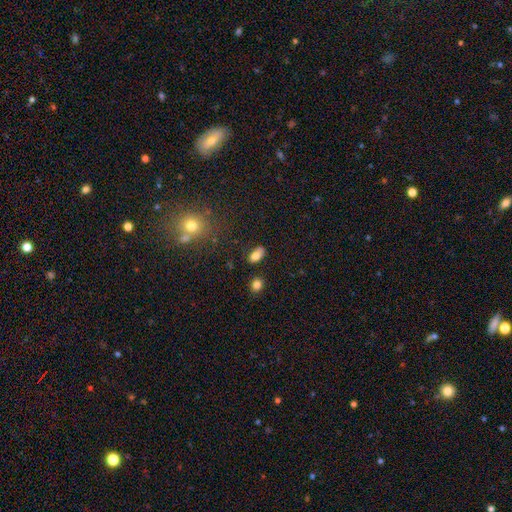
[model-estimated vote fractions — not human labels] Smooth or featured? Predicted: smooth (p=0.81). How rounded? Predicted: in between (p=0.89). Merging? Predicted: none (p=0.74).